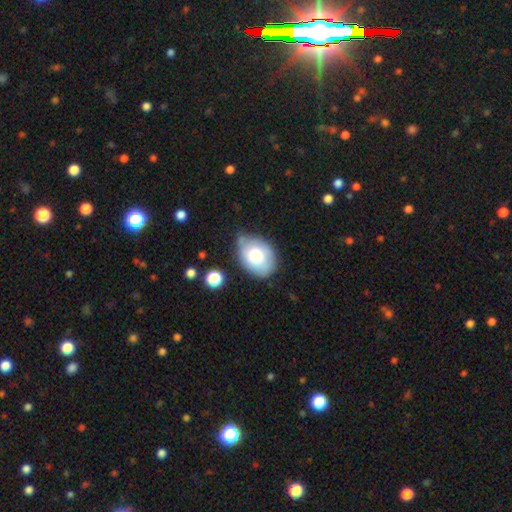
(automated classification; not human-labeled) Smooth or featured: smooth — 75% (featured or disk — 18%)
How rounded: in between — 76% (round — 23%)
Merging: none — 55% (minor disturbance — 34%)